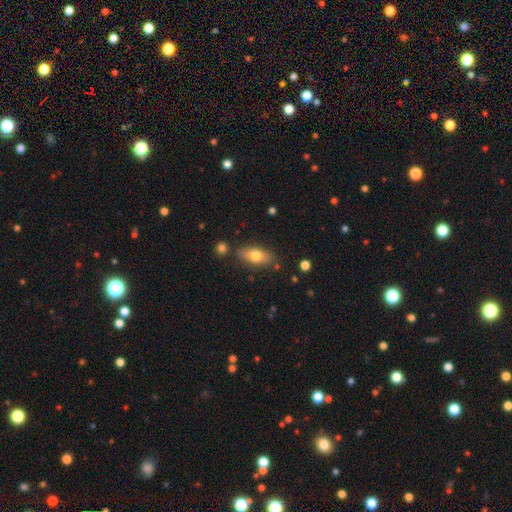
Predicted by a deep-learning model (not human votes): Smooth or featured?
  - smooth: 71% *
  - featured or disk: 22%
  - star or artifact: 7%
How rounded?
  - in between: 82% *
  - cigar-shaped: 14%
  - round: 5%
Merging?
  - none: 80% *
  - minor disturbance: 13%
  - merger: 4%
  - major disturbance: 3%